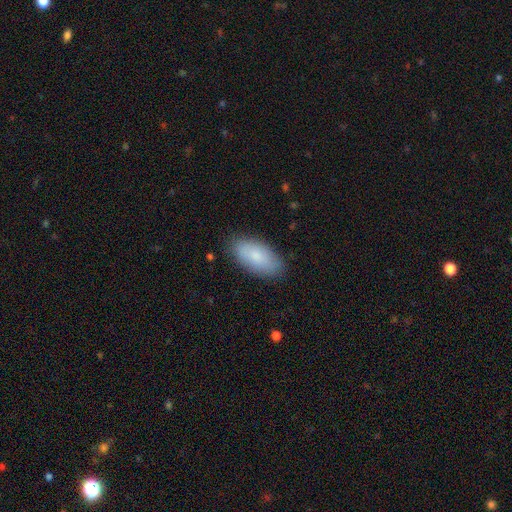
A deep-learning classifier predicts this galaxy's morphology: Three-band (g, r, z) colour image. It shows a smooth galaxy with no disk features (83%) that is in between round and cigar-shaped (92%). Merging: none (84%).